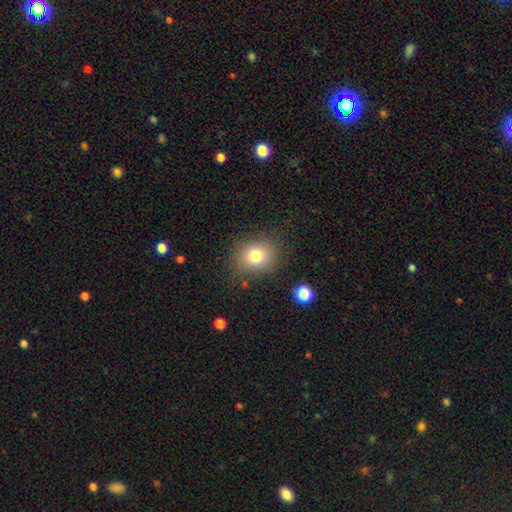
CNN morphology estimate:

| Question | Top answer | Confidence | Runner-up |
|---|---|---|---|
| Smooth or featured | smooth | 77% | star or artifact (13%) |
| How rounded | round | 66% | in between (33%) |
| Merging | none | 81% | minor disturbance (13%) |